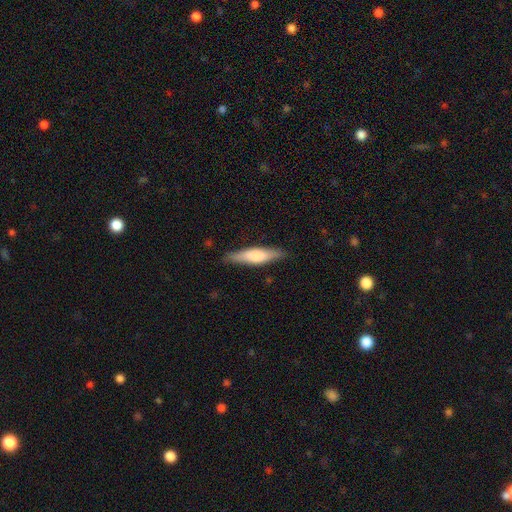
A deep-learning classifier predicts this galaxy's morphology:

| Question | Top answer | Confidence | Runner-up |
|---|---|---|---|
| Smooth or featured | smooth | 65% | featured or disk (30%) |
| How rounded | cigar-shaped | 73% | in between (25%) |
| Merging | none | 85% | minor disturbance (12%) |